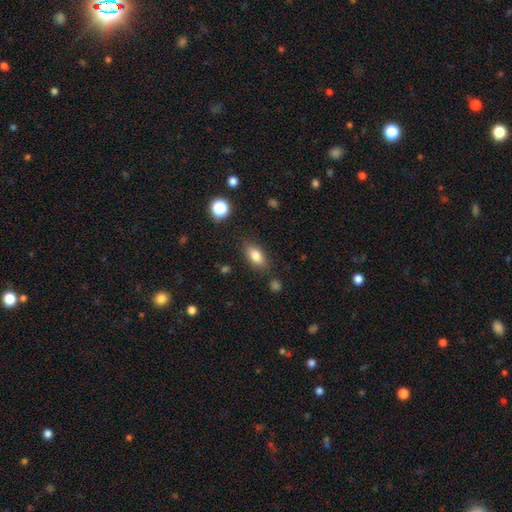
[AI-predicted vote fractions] This appears to be a smooth galaxy with no disk features (82%) that is in between round and cigar-shaped (86%). Merging: none (81%).